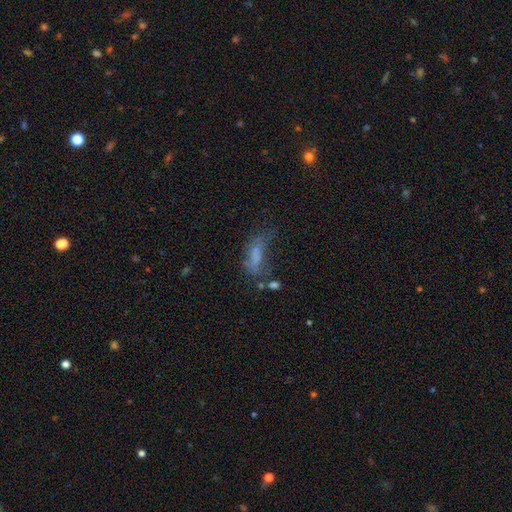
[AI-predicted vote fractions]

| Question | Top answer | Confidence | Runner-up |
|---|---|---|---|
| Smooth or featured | smooth | 55% | featured or disk (28%) |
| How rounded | in between | 61% | cigar-shaped (36%) |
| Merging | major disturbance | 34% | none (32%) |